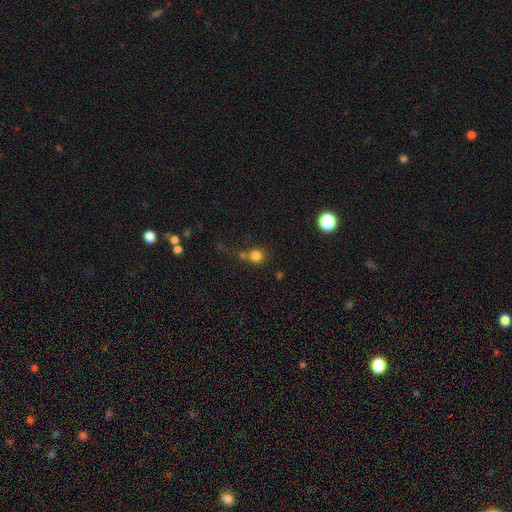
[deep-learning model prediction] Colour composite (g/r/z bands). It shows a smooth galaxy with no disk features (79%) that is round (90%). Merging: none (53%).